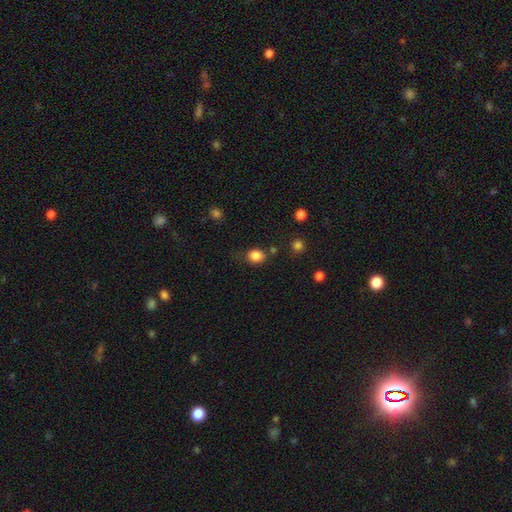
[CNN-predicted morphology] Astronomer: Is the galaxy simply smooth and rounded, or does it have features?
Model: smooth — 85%.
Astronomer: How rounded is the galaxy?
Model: round — 59% (runner-up: in between, 40%).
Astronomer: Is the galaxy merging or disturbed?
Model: none — 69%.